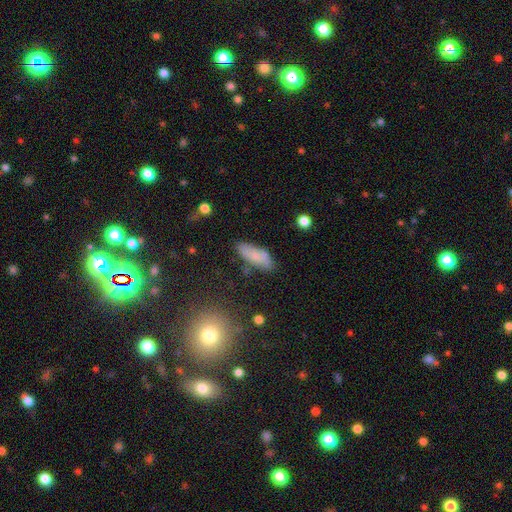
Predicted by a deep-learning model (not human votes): smooth_or_featured: smooth (p=0.71) [alt: featured or disk p=0.21]
how_rounded: in between (p=0.69) [alt: cigar-shaped p=0.28]
merging: none (p=0.74) [alt: minor disturbance p=0.17]